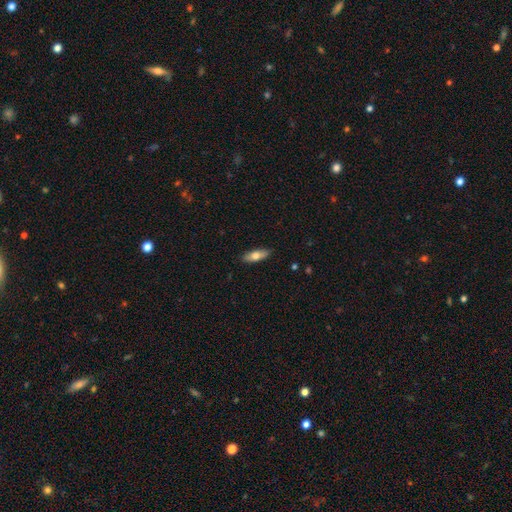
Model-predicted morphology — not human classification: This is likely a smooth galaxy (68%). How rounded: likely in between (61%). Merging: clearly none (88%).